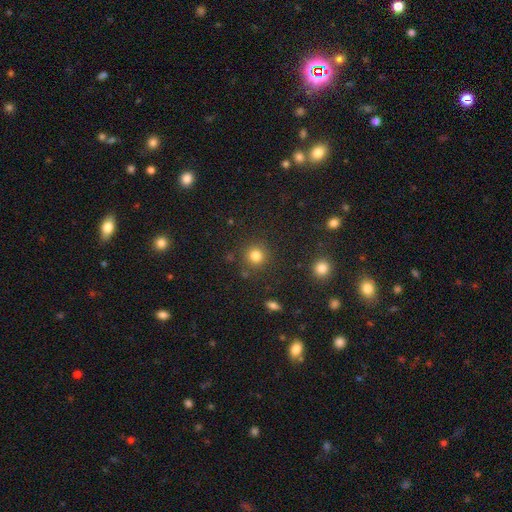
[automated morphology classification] Q: Smooth or featured?
A: smooth (81%); runner-up: star or artifact (14%)
Q: How rounded?
A: round (92%); runner-up: in between (7%)
Q: Merging?
A: none (86%); runner-up: minor disturbance (7%)